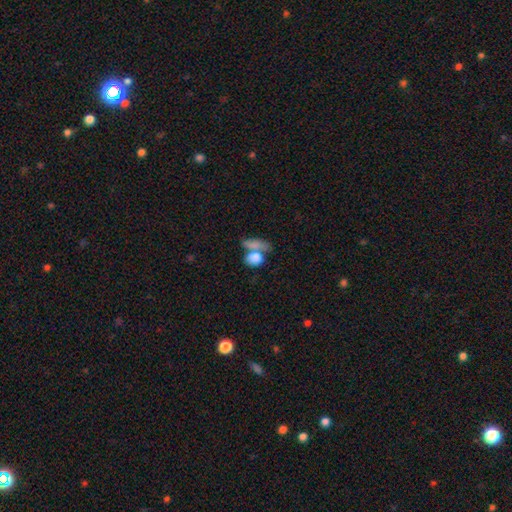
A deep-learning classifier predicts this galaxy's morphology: smooth-or-featured: smooth: 80% | featured or disk: 11% | star or artifact: 8%
  how-rounded: in between: 67% | round: 27% | cigar-shaped: 6%
  merging: merger: 49% | none: 32% | minor disturbance: 10% | major disturbance: 8%